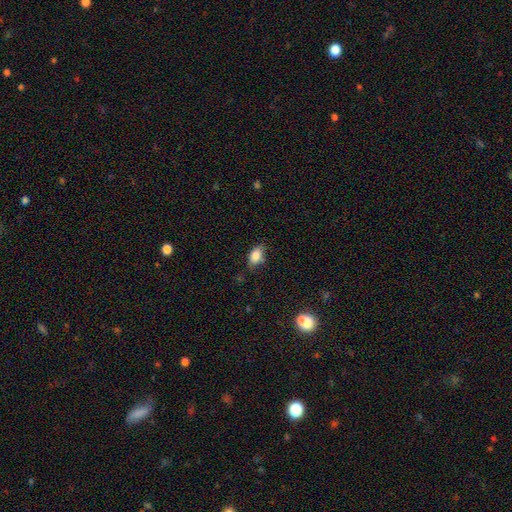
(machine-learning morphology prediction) smooth-or-featured: smooth: 84% | star or artifact: 9% | featured or disk: 8%
  how-rounded: in between: 85% | round: 12% | cigar-shaped: 3%
  merging: none: 66% | minor disturbance: 26% | major disturbance: 5% | merger: 3%